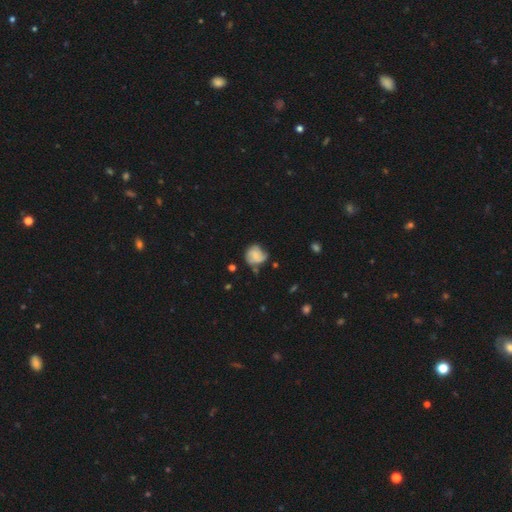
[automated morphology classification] smooth 54%, featured or disk 37%, star or artifact 9%. Down the decision tree: how rounded — round (74%); merging — none (49%).